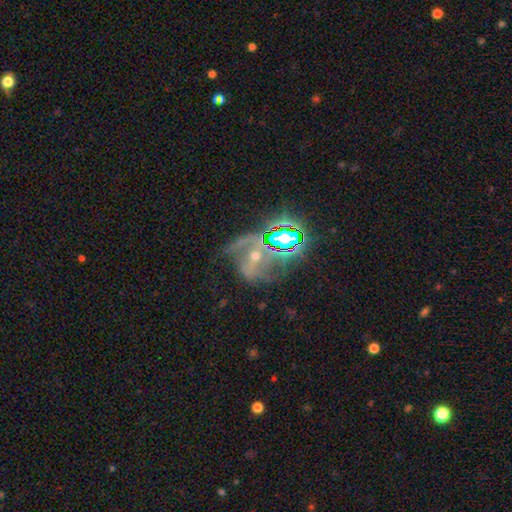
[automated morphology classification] smooth_or_featured: featured or disk (p=0.57) [alt: star or artifact p=0.30]
disk_edge_on: no (p=0.96) [alt: yes p=0.04]
bar: no (p=0.39) [alt: weak p=0.32]
has_spiral_arms: yes (p=0.81) [alt: no p=0.19]
bulge_size: moderate (p=0.51) [alt: small p=0.41]
merging: none (p=0.47) [alt: major disturbance p=0.23]